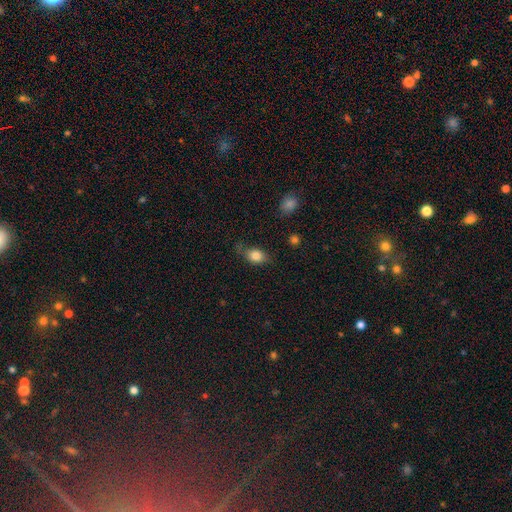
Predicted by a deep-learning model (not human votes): A smooth galaxy with no disk features (81%) that is in between round and cigar-shaped (75%). Merging: none (64%).